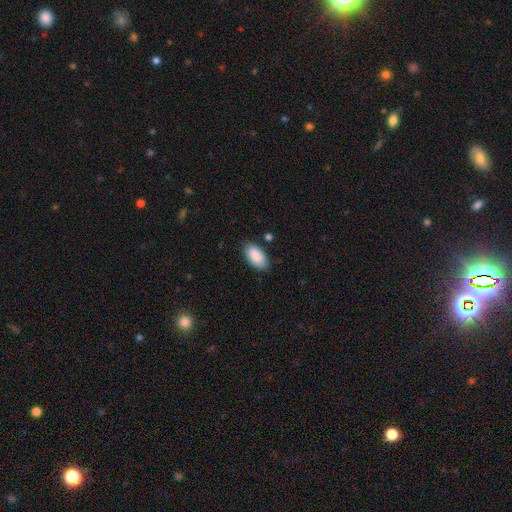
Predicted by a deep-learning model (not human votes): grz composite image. It shows a smooth galaxy with no disk features (89%) that is in between round and cigar-shaped (95%). Merging: none (83%).